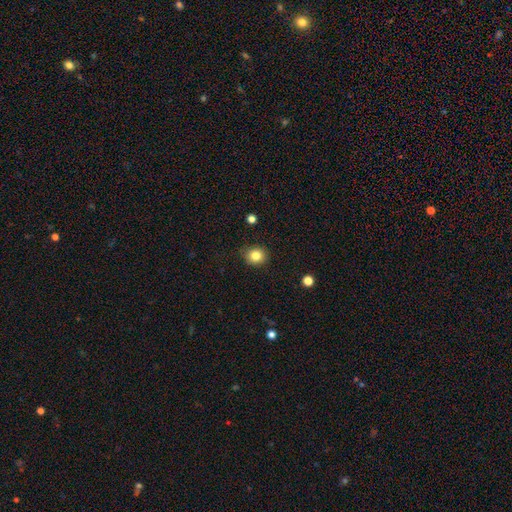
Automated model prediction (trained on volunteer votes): The model was most divided on "how rounded": round: 82%, in between: 17%, cigar-shaped: 1%. More confident: merging — none (86%); smooth or featured — smooth (83%).